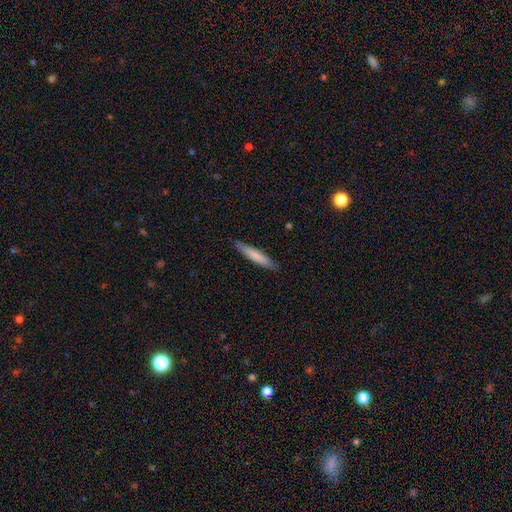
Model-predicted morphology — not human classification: type=smooth (74%); roundness=cigar-shaped (92%); merging=none (89%).